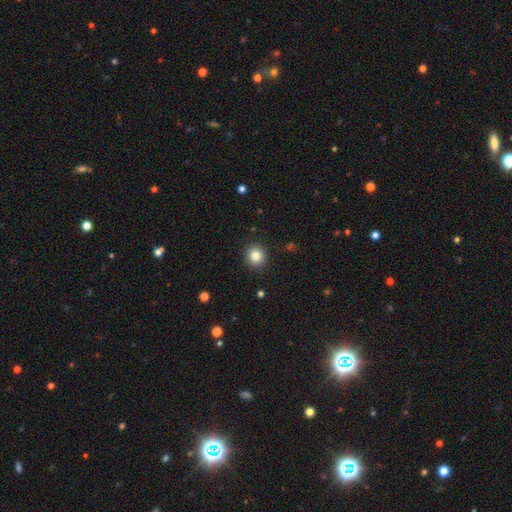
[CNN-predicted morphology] Smooth or featured? Predicted: smooth (p=0.83). How rounded? Predicted: round (p=0.89). Merging? Predicted: none (p=0.91).